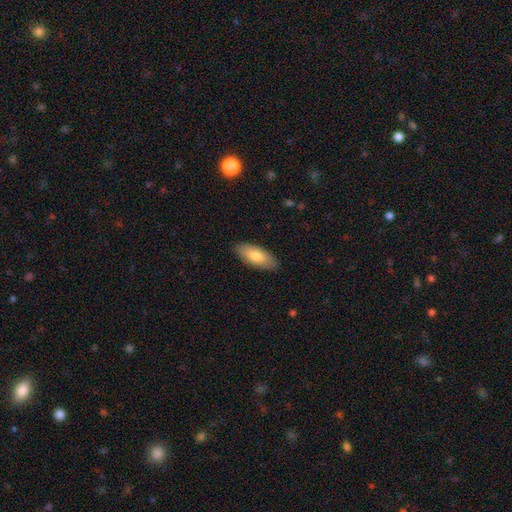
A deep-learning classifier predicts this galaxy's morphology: smooth_or_featured: smooth (p=0.79) [alt: featured or disk p=0.16]
how_rounded: in between (p=0.82) [alt: cigar-shaped p=0.16]
merging: none (p=0.88) [alt: minor disturbance p=0.09]